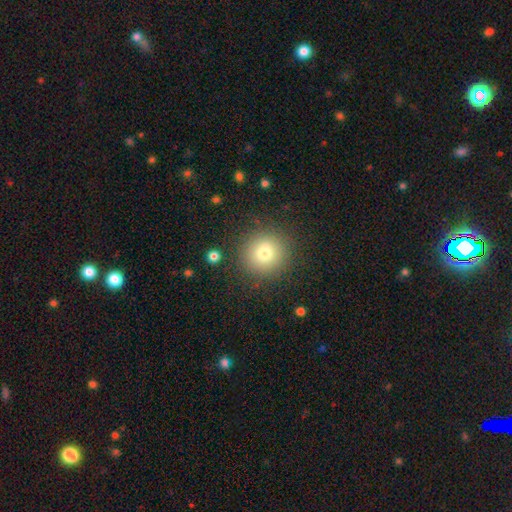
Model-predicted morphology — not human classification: smooth-or-featured: smooth: 61% | star or artifact: 31% | featured or disk: 8%
  how-rounded: round: 95% | in between: 4% | cigar-shaped: 1%
  merging: none: 91% | minor disturbance: 5% | major disturbance: 2% | merger: 2%